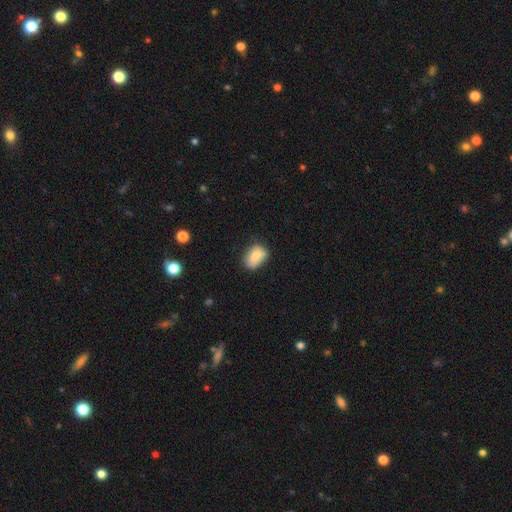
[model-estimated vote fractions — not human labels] Morphology: type=smooth (73%); roundness=in between (78%); merging=none (67%).